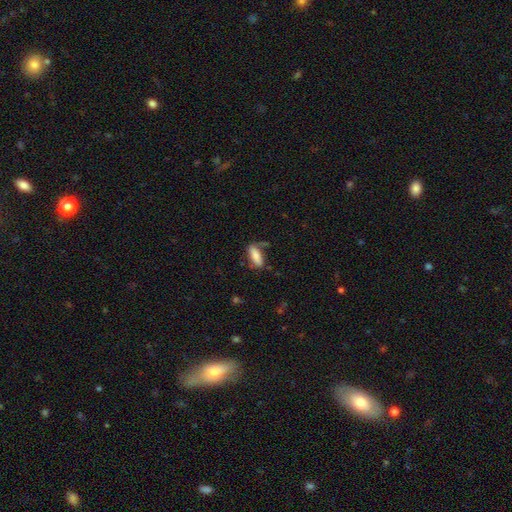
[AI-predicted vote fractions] This is likely a smooth galaxy (79%). How rounded: likely in between (68%). Merging: possibly none (57%).